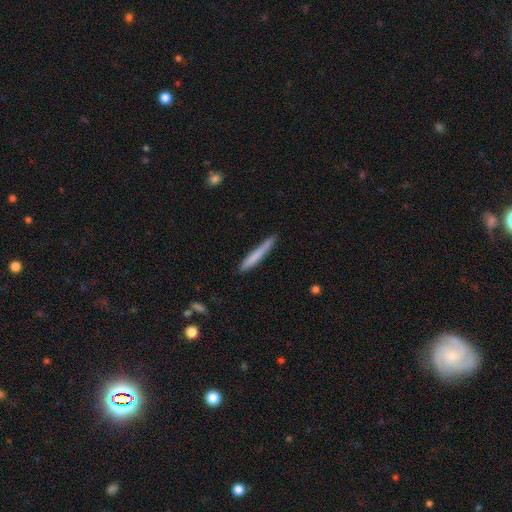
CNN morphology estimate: Q: Smooth or featured?
A: smooth (73%); runner-up: featured or disk (22%)
Q: How rounded?
A: cigar-shaped (96%); runner-up: in between (3%)
Q: Merging?
A: none (82%); runner-up: minor disturbance (14%)